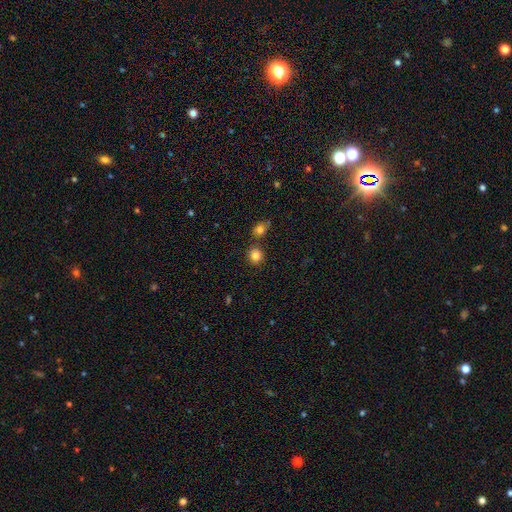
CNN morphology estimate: smooth_or_featured: smooth (p=0.83) [alt: star or artifact p=0.11]
how_rounded: round (p=0.85) [alt: in between p=0.14]
merging: none (p=0.76) [alt: merger p=0.13]